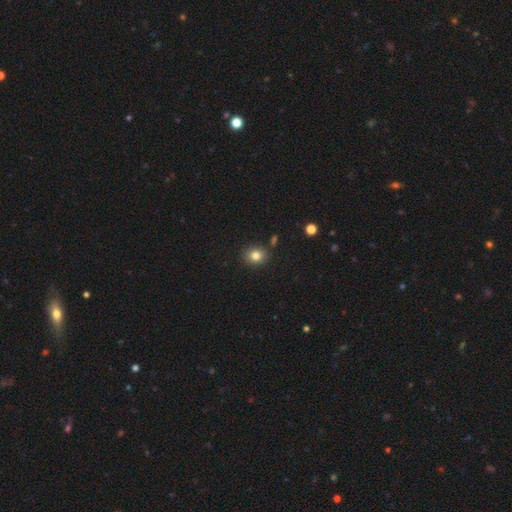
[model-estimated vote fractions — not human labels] smooth 81%, star or artifact 12%, featured or disk 7%. Down the decision tree: how rounded — round (67%); merging — none (84%).